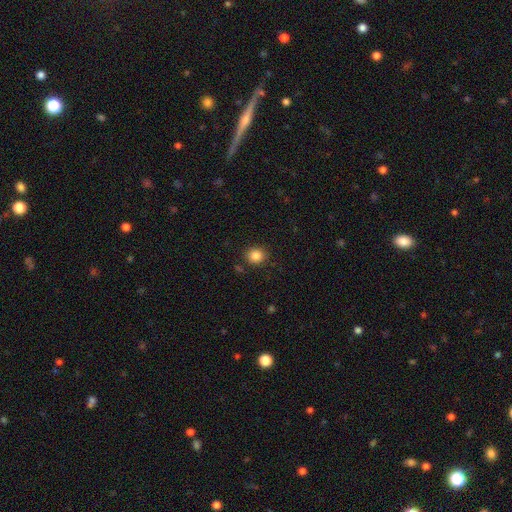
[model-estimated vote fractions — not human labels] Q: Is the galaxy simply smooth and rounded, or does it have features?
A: smooth — 85%.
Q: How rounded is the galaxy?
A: round — 84%.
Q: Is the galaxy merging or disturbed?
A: none — 88%.